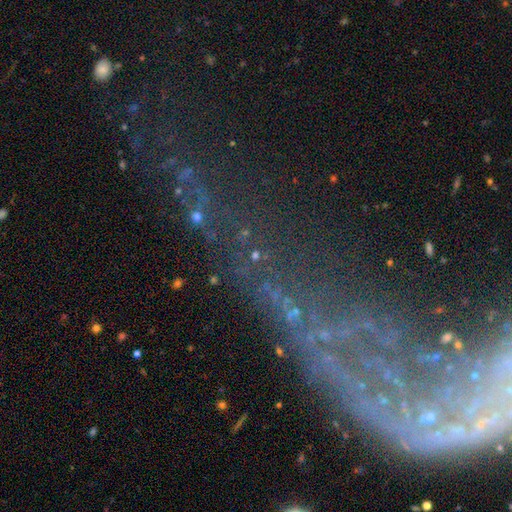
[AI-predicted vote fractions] smooth-or-featured: star or artifact: 57% | featured or disk: 23% | smooth: 20%